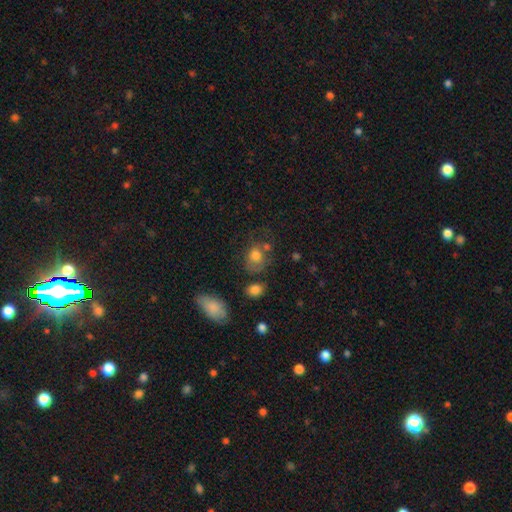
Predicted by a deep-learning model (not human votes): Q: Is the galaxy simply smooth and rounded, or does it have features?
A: smooth — 74%.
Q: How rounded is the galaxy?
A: in between — 50%.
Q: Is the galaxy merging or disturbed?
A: none — 42%.